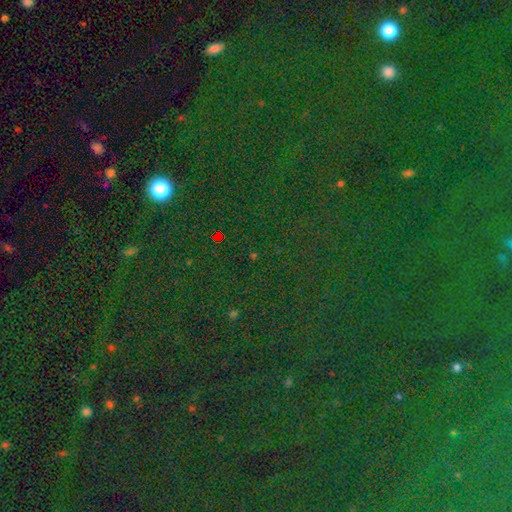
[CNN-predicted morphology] Smooth or featured?
  - star or artifact: 81% *
  - smooth: 11%
  - featured or disk: 8%